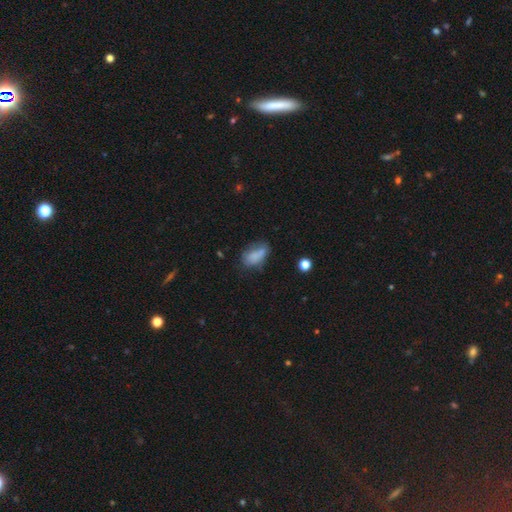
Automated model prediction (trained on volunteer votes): Smooth or featured? smooth (75%)
How rounded? in between (87%)
Merging? none (43%)